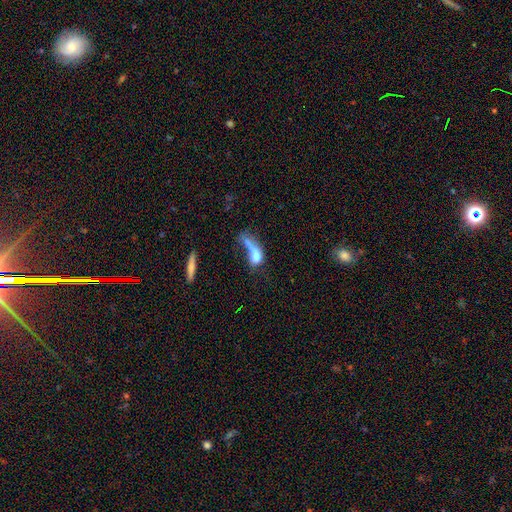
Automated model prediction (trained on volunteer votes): Q: Smooth or featured?
A: smooth (56%); runner-up: featured or disk (32%)
Q: How rounded?
A: in between (52%); runner-up: round (26%)
Q: Merging?
A: major disturbance (40%); runner-up: merger (29%)